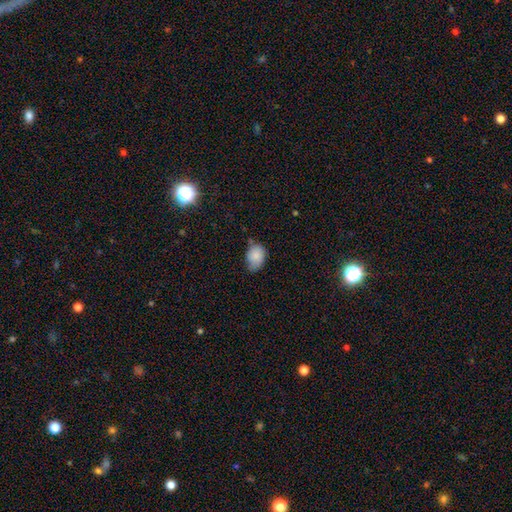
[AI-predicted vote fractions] Overall: smooth (84%). How rounded: in between (72%). Merging: none (51%; minor disturbance 38%).